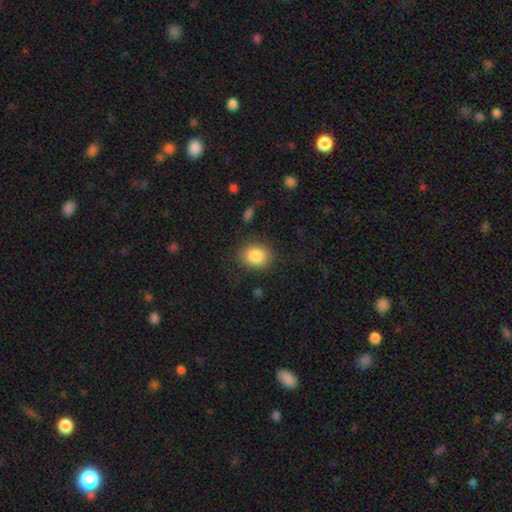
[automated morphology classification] smooth_or_featured: smooth (p=0.86) [alt: star or artifact p=0.08]
how_rounded: round (p=0.57) [alt: in between p=0.42]
merging: none (p=0.83) [alt: minor disturbance p=0.11]